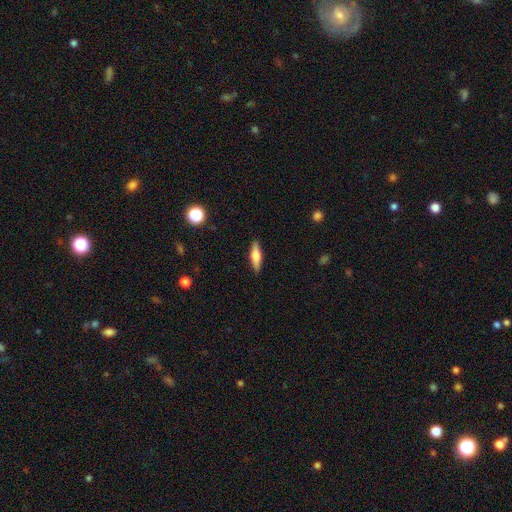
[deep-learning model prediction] This is possibly a smooth galaxy (60%). How rounded: likely cigar-shaped (61%). Merging: clearly none (89%).